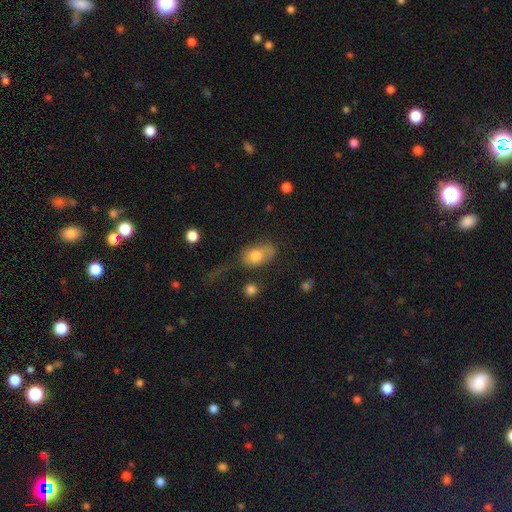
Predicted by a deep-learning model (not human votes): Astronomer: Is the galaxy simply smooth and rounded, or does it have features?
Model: smooth — 73%.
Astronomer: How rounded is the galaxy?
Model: in between — 83%.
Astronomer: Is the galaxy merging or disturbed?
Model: none — 35% (runner-up: major disturbance, 28%).